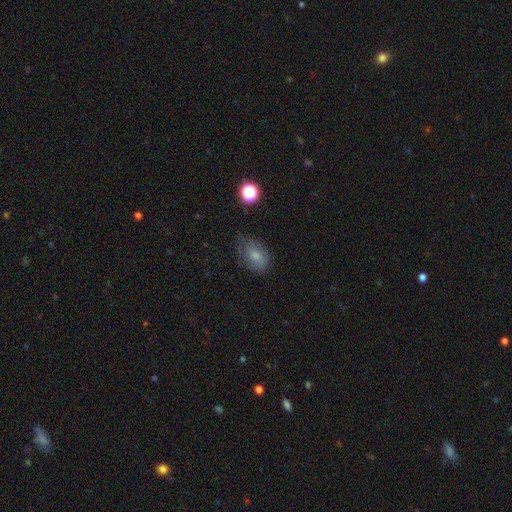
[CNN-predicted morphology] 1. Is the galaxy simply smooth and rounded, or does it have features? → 71% smooth, 18% featured or disk, 11% star or artifact.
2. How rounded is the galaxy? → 82% in between, 16% round, 2% cigar-shaped.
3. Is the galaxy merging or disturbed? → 53% none, 32% minor disturbance, 13% major disturbance, 2% merger.